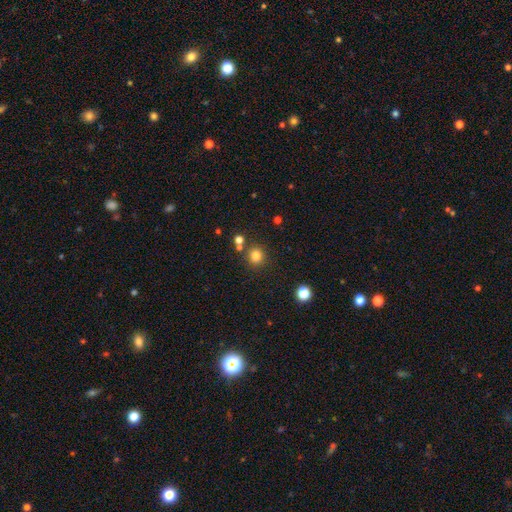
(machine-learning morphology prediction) Q: Smooth or featured?
A: smooth (80%); runner-up: star or artifact (15%)
Q: How rounded?
A: round (88%); runner-up: in between (11%)
Q: Merging?
A: none (81%); runner-up: merger (8%)